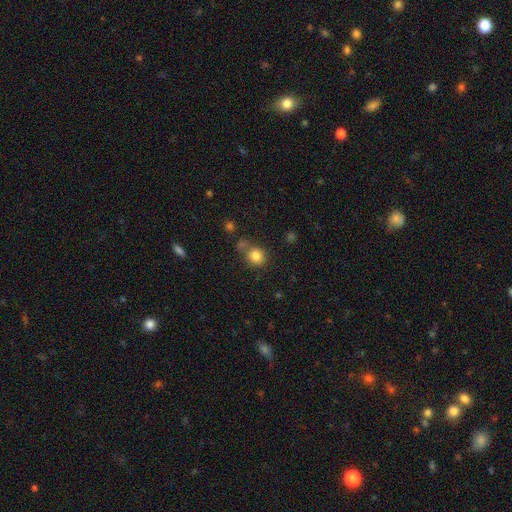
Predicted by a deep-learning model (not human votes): This appears to be a smooth galaxy with no disk features (83%) that is round (80%). Merging: none (66%).